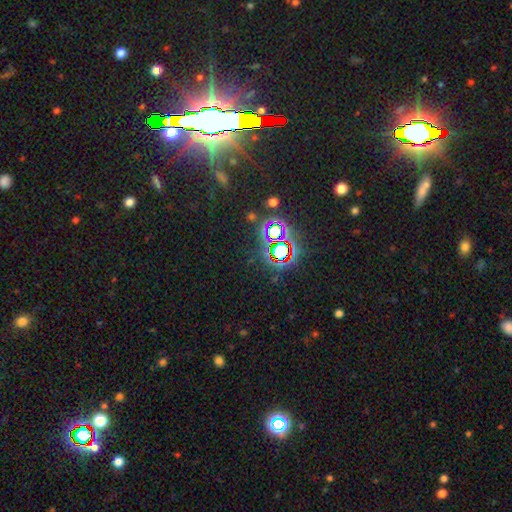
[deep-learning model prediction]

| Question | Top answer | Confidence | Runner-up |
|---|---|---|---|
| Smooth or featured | star or artifact | 81% | smooth (10%) |